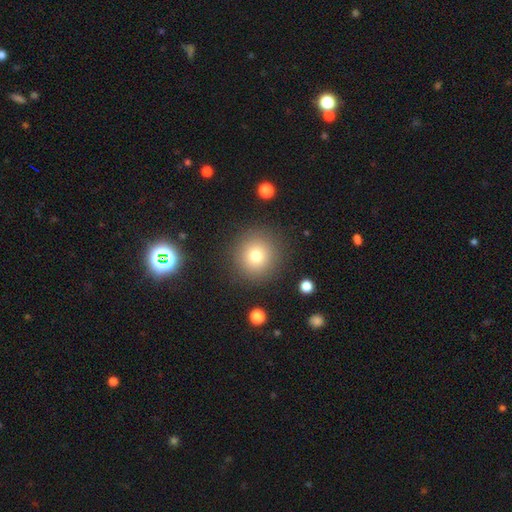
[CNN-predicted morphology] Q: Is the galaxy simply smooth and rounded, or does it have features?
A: smooth — 75%.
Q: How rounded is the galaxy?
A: round — 94%.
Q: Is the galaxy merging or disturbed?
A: none — 88%.